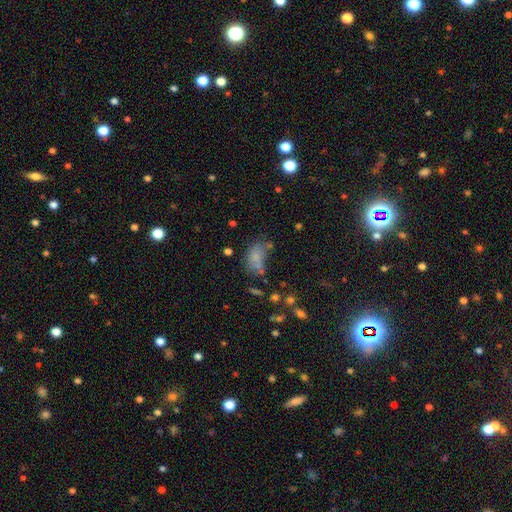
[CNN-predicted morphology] A smooth galaxy with no disk features (71%) that is in between round and cigar-shaped (87%).

Vote fractions:
- Smooth or featured? smooth: 71% / featured or disk: 16% / star or artifact: 13%
- How rounded? in between: 87% / round: 11% / cigar-shaped: 2%
- Merging? none: 40% / minor disturbance: 26% / major disturbance: 17% / merger: 16%